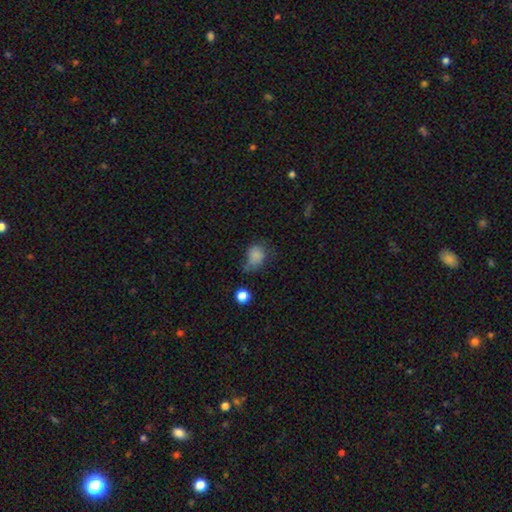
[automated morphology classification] Smooth or featured?
  - smooth: 79% *
  - star or artifact: 13%
  - featured or disk: 8%
How rounded?
  - in between: 54% *
  - round: 45%
  - cigar-shaped: 1%
Merging?
  - none: 39% *
  - minor disturbance: 35%
  - major disturbance: 20%
  - merger: 6%